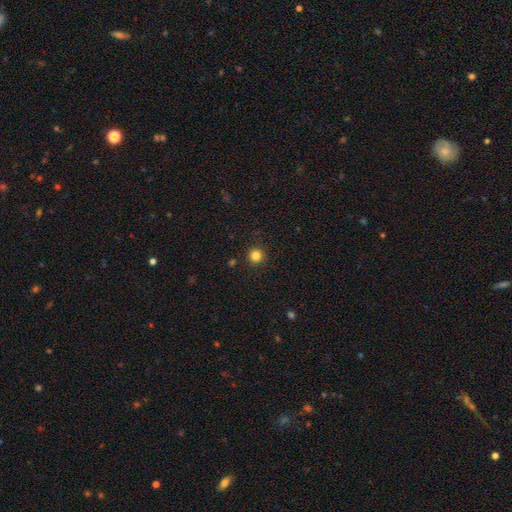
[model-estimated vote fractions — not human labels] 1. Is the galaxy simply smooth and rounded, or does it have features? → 83% smooth, 12% star or artifact, 4% featured or disk.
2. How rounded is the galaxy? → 95% round, 4% in between, 1% cigar-shaped.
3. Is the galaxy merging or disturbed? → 92% none, 5% minor disturbance, 2% major disturbance, 1% merger.